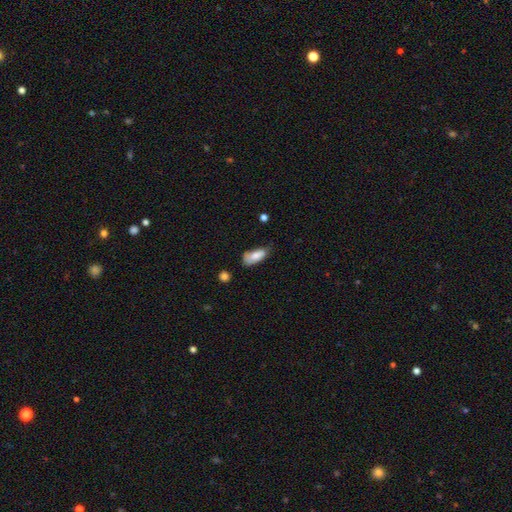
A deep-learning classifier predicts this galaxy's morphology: type=smooth (81%); roundness=in between (86%); merging=none (41%, tied with minor disturbance).